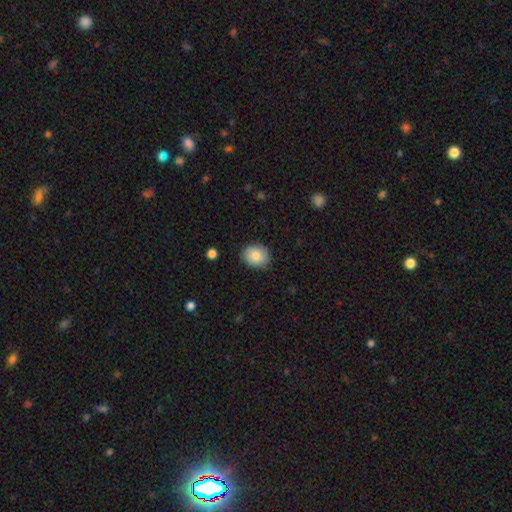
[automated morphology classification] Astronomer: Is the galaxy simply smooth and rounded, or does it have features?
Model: smooth — 83%.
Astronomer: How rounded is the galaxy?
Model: round — 65%.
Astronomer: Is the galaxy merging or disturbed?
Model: none — 85%.